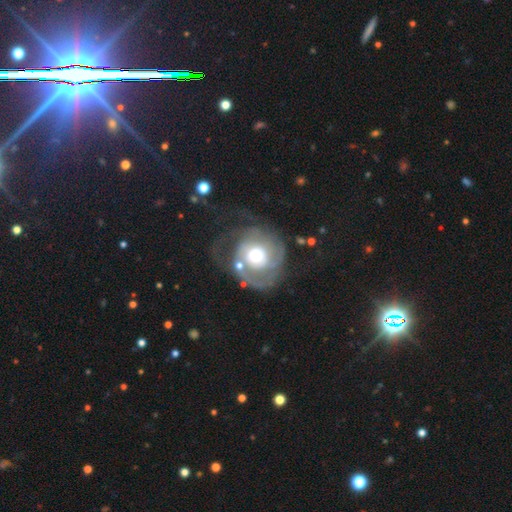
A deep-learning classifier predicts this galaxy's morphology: Smooth or featured?
  - featured or disk: 69% *
  - smooth: 24%
  - star or artifact: 7%
Edge-on disk?
  - no: 97% *
  - yes: 3%
Bar?
  - no: 82% *
  - weak: 14%
  - strong: 4%
Spiral arms?
  - yes: 76% *
  - no: 24%
Spiral winding?
  - tight: 51% *
  - medium: 30%
  - loose: 18%
Spiral arm count?
  - 2: 34% *
  - can't tell: 29%
  - 1: 23%
  - 3: 8%
  - 4: 3%
  - more than 4: 3%
Bulge size?
  - moderate: 60% *
  - large: 23%
  - small: 12%
  - dominant: 3%
  - none: 1%
Merging?
  - none: 43% *
  - major disturbance: 33%
  - minor disturbance: 18%
  - merger: 5%